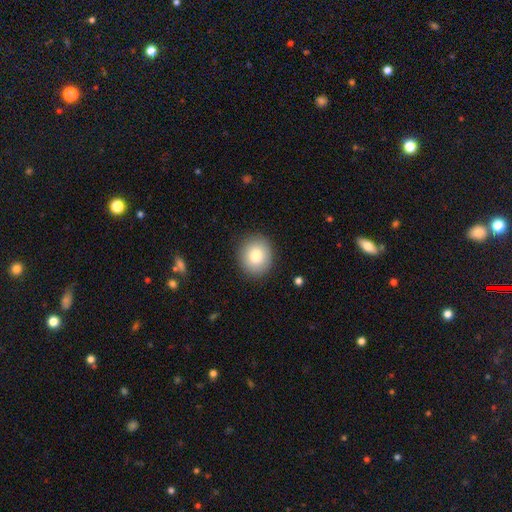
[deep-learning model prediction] A smooth galaxy with no disk features (82%) that is round (76%). Merging: none (89%).